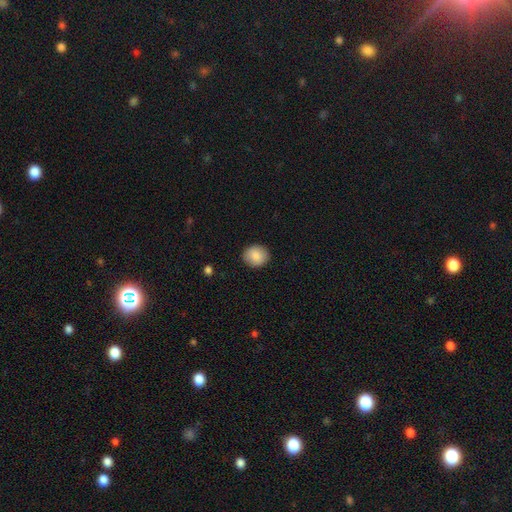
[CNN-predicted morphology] type=smooth (87%); roundness=round (80%); merging=none (90%).